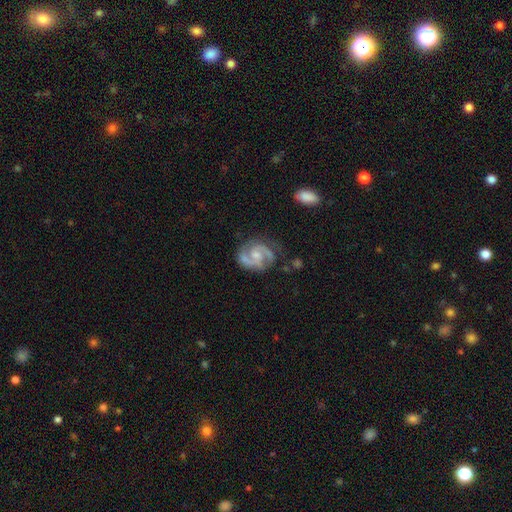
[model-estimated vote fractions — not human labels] Overall: featured or disk (90%). Edge-on disk: no (98%). Bar: no (52%; weak 39%). Spiral arms: yes (98%). Spiral arm count: 2 (87%). Spiral winding: medium (55%; tight 34%). Bulge size: small (45%; moderate 42%). Merging: none (70%).